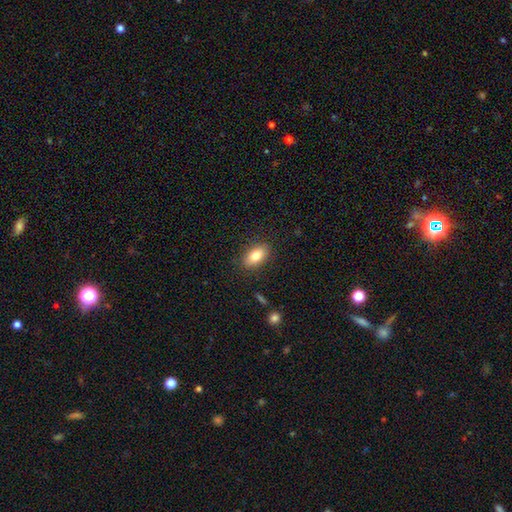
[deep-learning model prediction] Smooth or featured? Predicted: smooth (p=0.80). How rounded? Predicted: in between (p=0.89). Merging? Predicted: none (p=0.87).